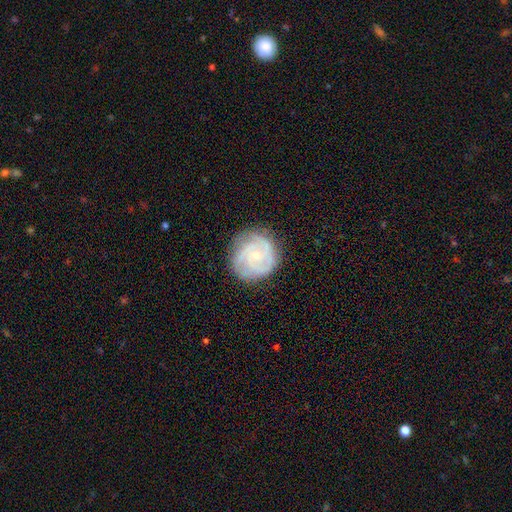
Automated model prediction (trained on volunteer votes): This is likely a featured or disk galaxy (80%). It is clearly not viewed edge-on (98%). Bar: likely no (76%). Spiral arm pattern: clearly yes (95%). Spiral arm count: marginally 3 (41%). Spiral winding: likely tight (66%). Central bulge: likely small (77%). Merging: likely none (80%).